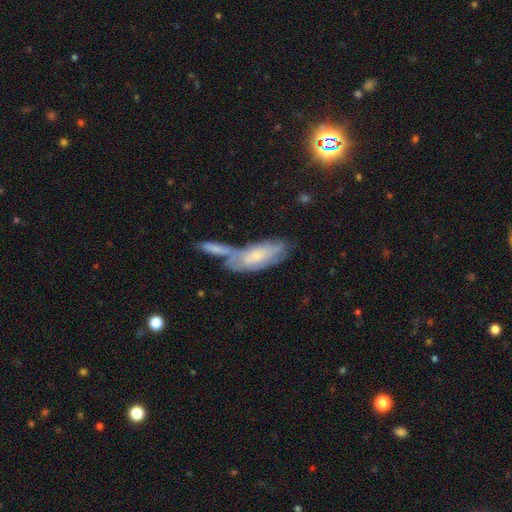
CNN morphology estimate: smooth_or_featured: smooth (p=0.47) [alt: featured or disk p=0.45]
merging: merger (p=0.41) [alt: none p=0.35]